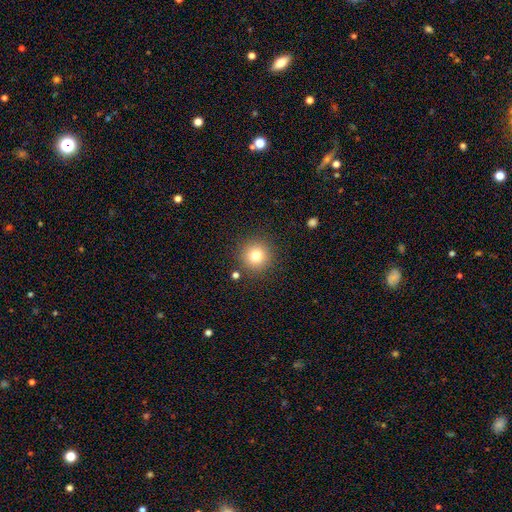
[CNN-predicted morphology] Q: Smooth or featured?
A: smooth (78%); runner-up: star or artifact (13%)
Q: How rounded?
A: round (95%); runner-up: in between (4%)
Q: Merging?
A: none (88%); runner-up: minor disturbance (6%)